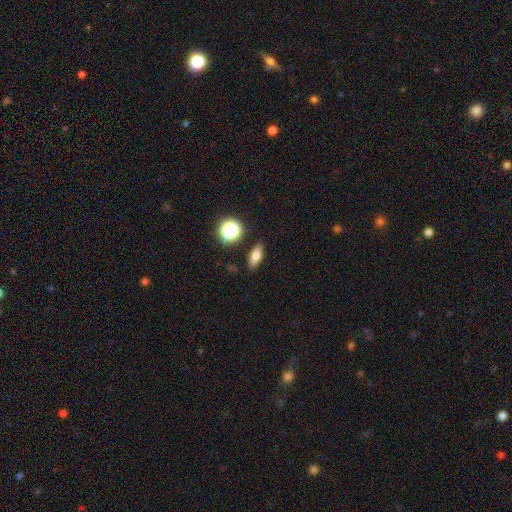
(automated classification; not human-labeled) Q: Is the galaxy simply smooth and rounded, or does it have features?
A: smooth — 74%.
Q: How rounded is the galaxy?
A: in between — 65%.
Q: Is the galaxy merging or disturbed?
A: none — 87%.